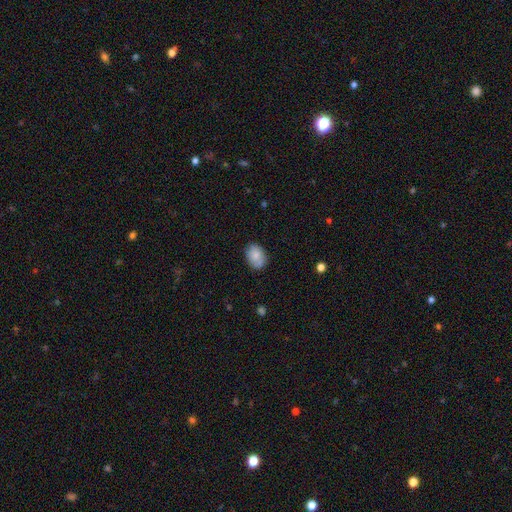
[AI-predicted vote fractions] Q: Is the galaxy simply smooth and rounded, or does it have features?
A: smooth — 81%.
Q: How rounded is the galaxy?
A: in between — 73%.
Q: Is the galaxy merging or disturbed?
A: none — 78%.